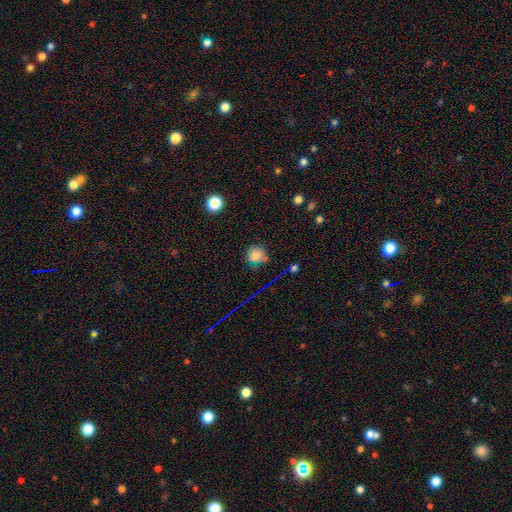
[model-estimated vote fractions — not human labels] smooth-or-featured: smooth: 75% | star or artifact: 17% | featured or disk: 8%
  how-rounded: round: 87% | in between: 12% | cigar-shaped: 1%
  merging: none: 75% | minor disturbance: 16% | merger: 5% | major disturbance: 4%